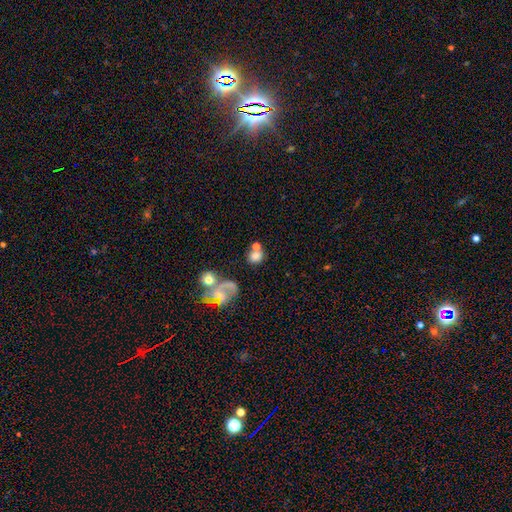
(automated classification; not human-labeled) Morphology: type=smooth (72%); roundness=round (75%); merging=none (48%).